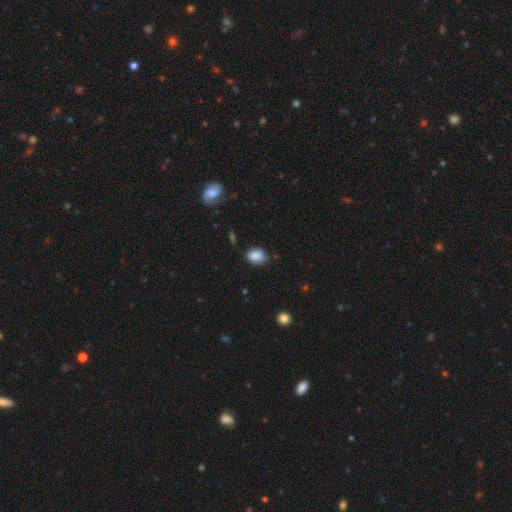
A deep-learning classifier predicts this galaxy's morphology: A smooth galaxy with no disk features (86%) that is in between round and cigar-shaped (76%). Merging: none (75%).